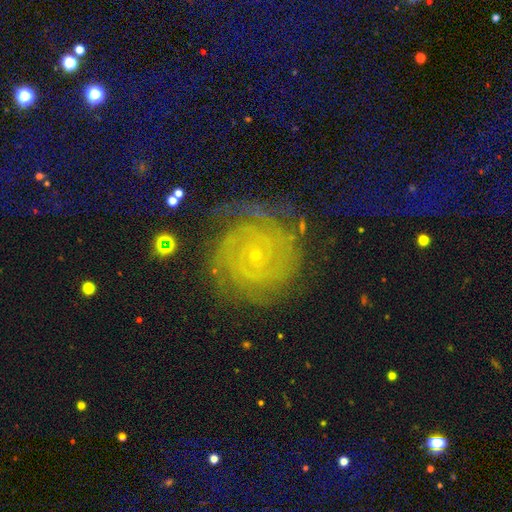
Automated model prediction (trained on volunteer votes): Smooth or featured? featured or disk (77%)
Edge-on disk? no (98%)
Bar? no (77%)
Spiral arms? yes (95%)
Spiral winding? tight (79%)
Spiral arm count? can't tell (30%)
Bulge size? small (88%)
Merging? none (74%)